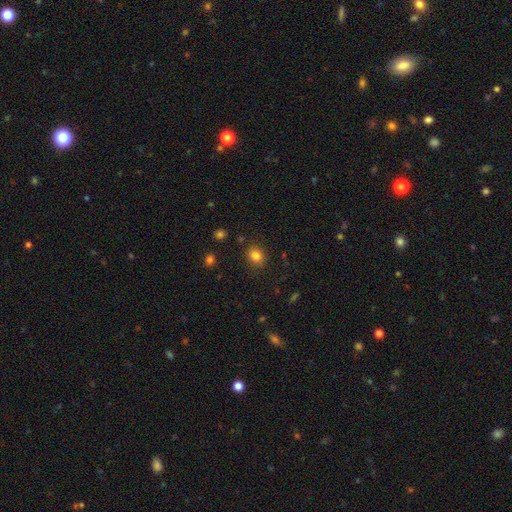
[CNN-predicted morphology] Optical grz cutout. It shows a smooth galaxy with no disk features (82%) that is round (56%). Merging: none (85%).